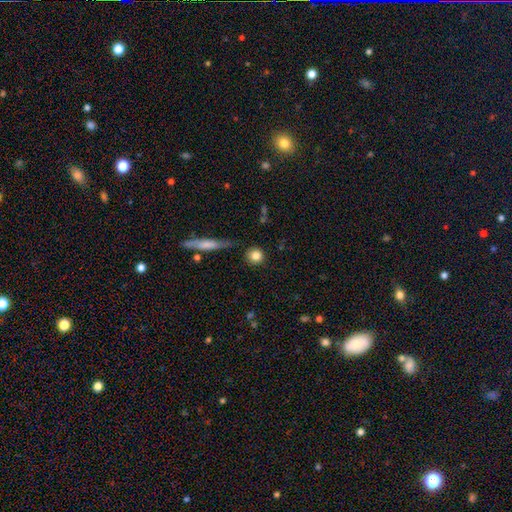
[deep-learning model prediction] smooth 82%, star or artifact 9%, featured or disk 9%. Down the decision tree: how rounded — round (91%); merging — none (86%).